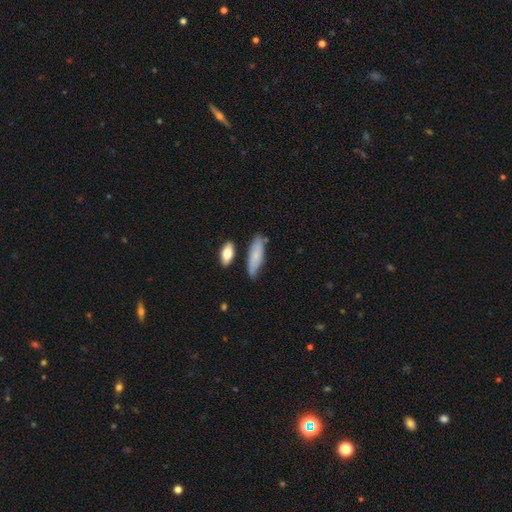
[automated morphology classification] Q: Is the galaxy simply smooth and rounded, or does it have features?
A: smooth — 75%.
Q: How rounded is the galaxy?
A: in between — 52%.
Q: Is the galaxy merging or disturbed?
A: none — 70%.